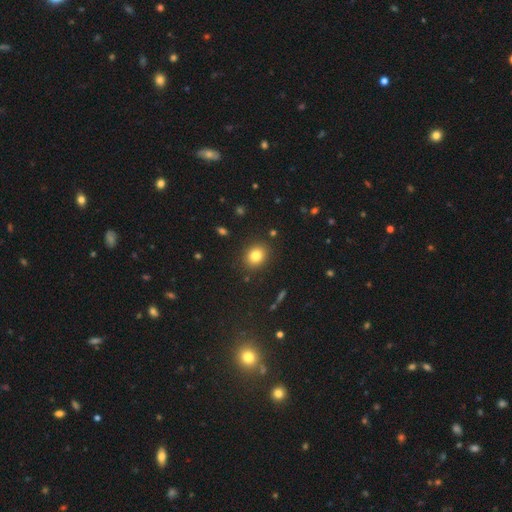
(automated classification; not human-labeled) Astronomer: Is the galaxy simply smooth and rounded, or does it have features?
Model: smooth — 81%.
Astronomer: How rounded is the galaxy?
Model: round — 60% (runner-up: in between, 39%).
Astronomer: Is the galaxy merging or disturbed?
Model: none — 89%.